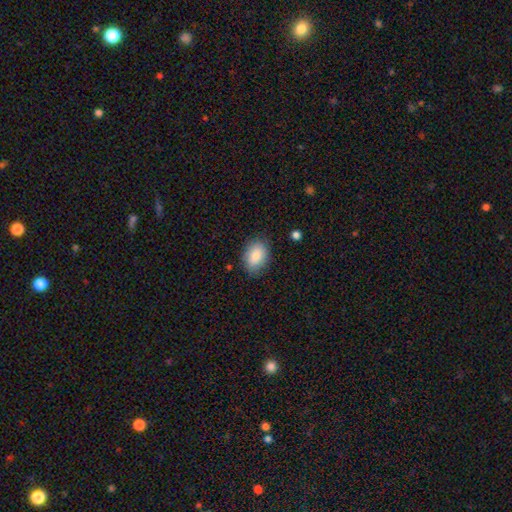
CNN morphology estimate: This appears to be a smooth galaxy with no disk features (85%) that is in between round and cigar-shaped (82%). Merging: none (83%).